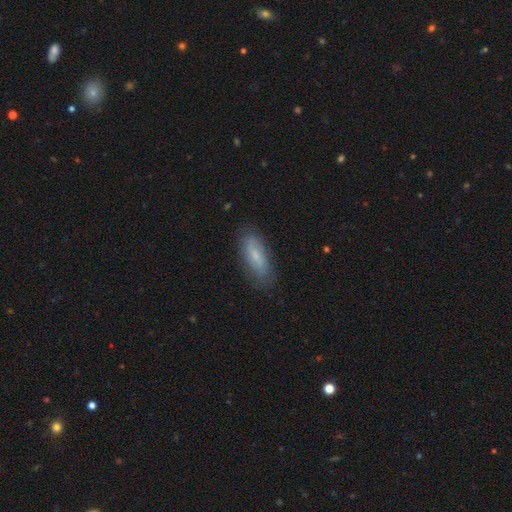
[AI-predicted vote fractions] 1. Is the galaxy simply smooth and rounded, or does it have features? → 63% smooth, 29% featured or disk, 7% star or artifact.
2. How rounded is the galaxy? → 59% in between, 39% cigar-shaped, 2% round.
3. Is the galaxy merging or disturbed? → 80% none, 15% minor disturbance, 4% major disturbance, 1% merger.